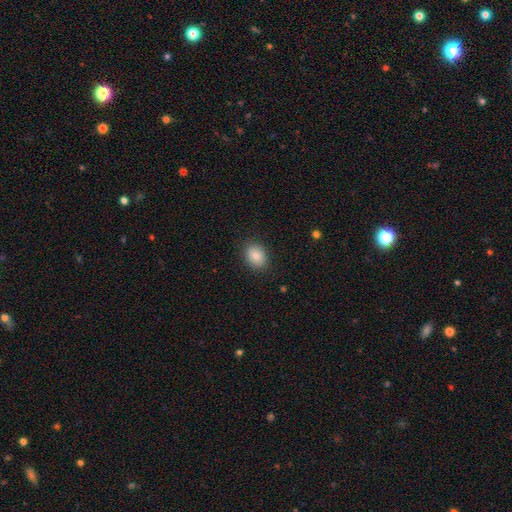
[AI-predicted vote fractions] Smooth or featured: smooth — 86% (star or artifact — 8%)
How rounded: in between — 58% (round — 41%)
Merging: none — 87% (minor disturbance — 9%)